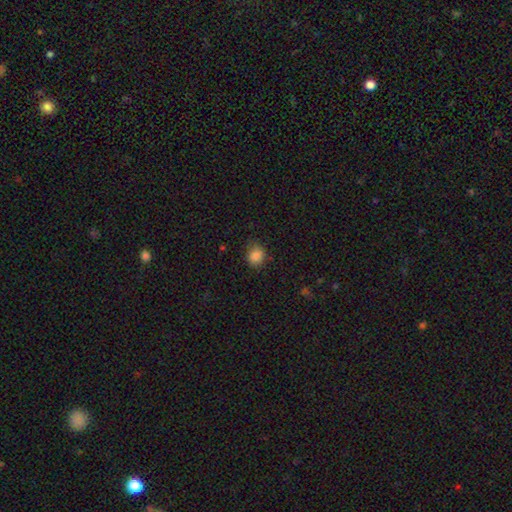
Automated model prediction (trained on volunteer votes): Smooth or featured: smooth — 85% (star or artifact — 11%)
How rounded: round — 65% (in between — 34%)
Merging: none — 75% (minor disturbance — 20%)